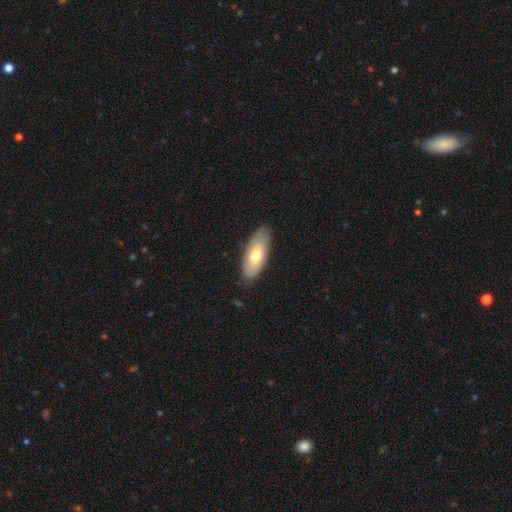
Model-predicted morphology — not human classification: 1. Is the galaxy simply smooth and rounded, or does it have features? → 69% smooth, 26% featured or disk, 6% star or artifact.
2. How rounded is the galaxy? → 82% in between, 16% cigar-shaped, 2% round.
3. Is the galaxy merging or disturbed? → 82% none, 15% minor disturbance, 2% major disturbance, 1% merger.